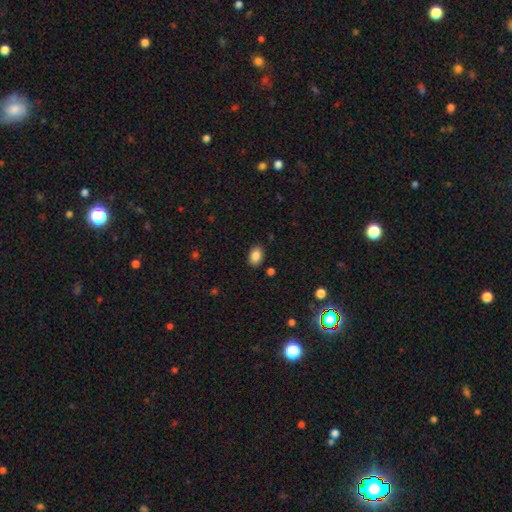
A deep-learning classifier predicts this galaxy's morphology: Overall: smooth (86%). How rounded: in between (80%). Merging: none (87%).